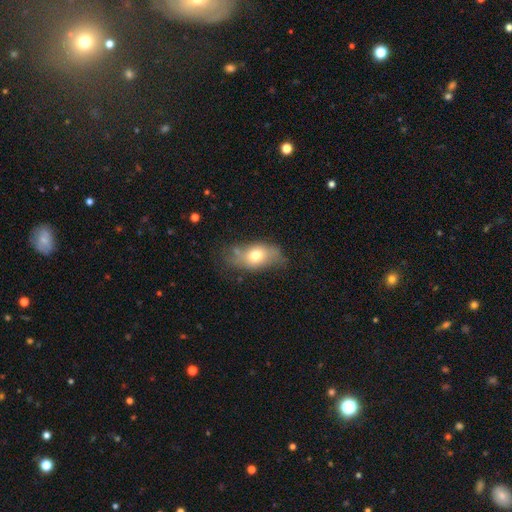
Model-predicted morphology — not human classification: smooth 67%, featured or disk 24%, star or artifact 10%. Down the decision tree: how rounded — in between (83%); merging — none (54%).